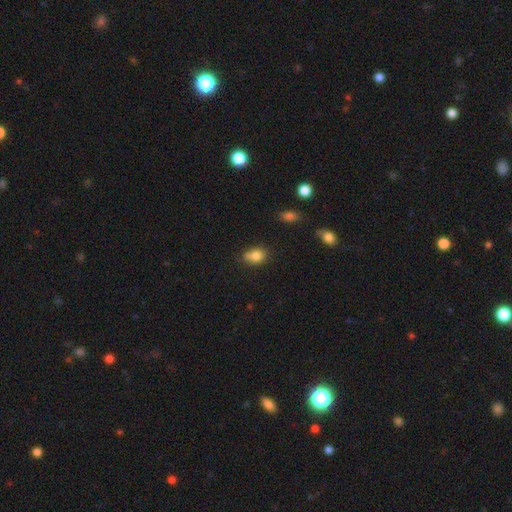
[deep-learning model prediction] Smooth or featured: smooth — 81% (star or artifact — 10%)
How rounded: in between — 65% (round — 33%)
Merging: none — 57% (minor disturbance — 27%)